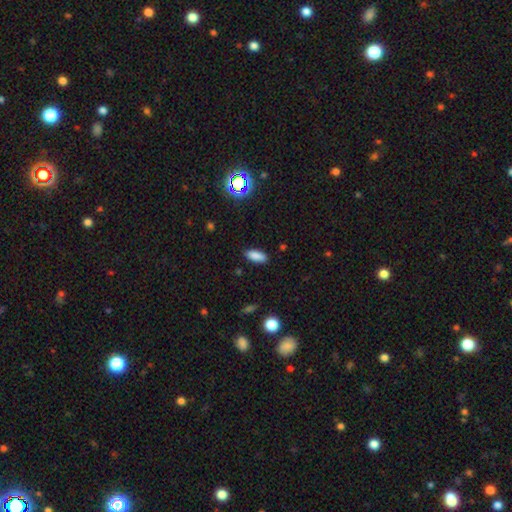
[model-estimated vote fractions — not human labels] Overall: smooth (85%). How rounded: in between (74%). Merging: none (88%).